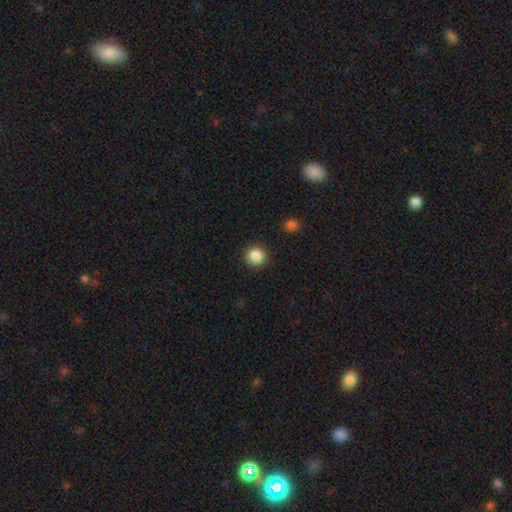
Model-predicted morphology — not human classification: Smooth or featured? smooth (87%)
How rounded? round (94%)
Merging? none (91%)